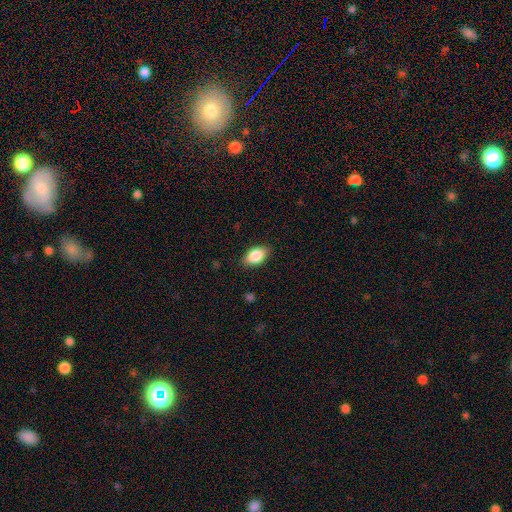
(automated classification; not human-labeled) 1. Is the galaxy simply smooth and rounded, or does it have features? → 85% smooth, 8% featured or disk, 7% star or artifact.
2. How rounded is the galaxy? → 89% in between, 9% round, 2% cigar-shaped.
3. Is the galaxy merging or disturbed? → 84% none, 13% minor disturbance, 3% major disturbance, 1% merger.